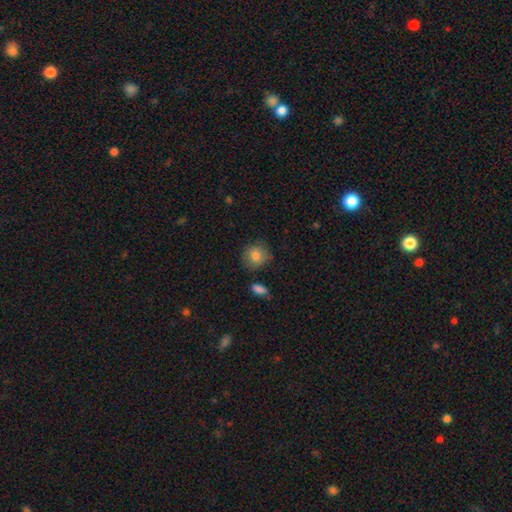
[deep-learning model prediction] Smooth or featured: smooth — 81% (featured or disk — 11%)
How rounded: round — 84% (in between — 15%)
Merging: none — 79% (minor disturbance — 15%)